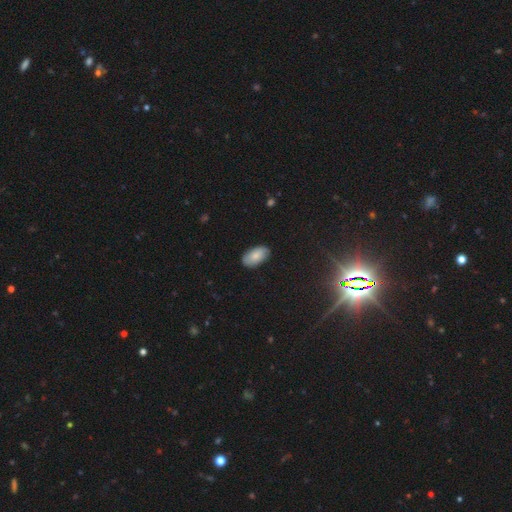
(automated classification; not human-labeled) This is likely a smooth galaxy (77%). How rounded: clearly in between (95%). Merging: clearly none (85%).